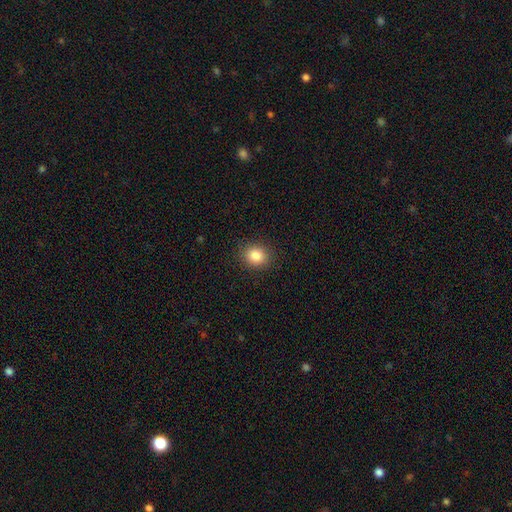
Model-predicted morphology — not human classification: This appears to be a smooth galaxy with no disk features (85%) that is round (69%). Merging: none (89%).